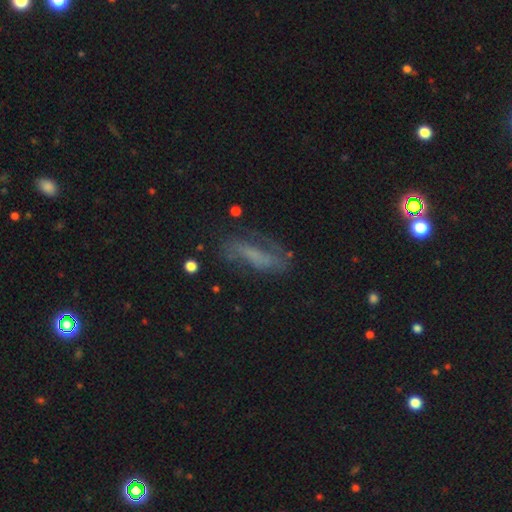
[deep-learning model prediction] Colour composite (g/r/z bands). It shows a featured or disk galaxy (56%). Merging: none (59%).